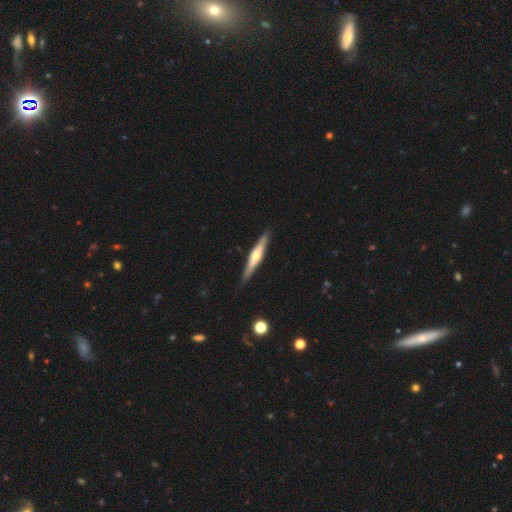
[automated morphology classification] smooth_or_featured: featured or disk (p=0.64) [alt: smooth p=0.31]
disk_edge_on: yes (p=0.96) [alt: no p=0.04]
edge_on_bulge: rounded (p=0.88) [alt: none p=0.06]
merging: none (p=0.89) [alt: minor disturbance p=0.08]